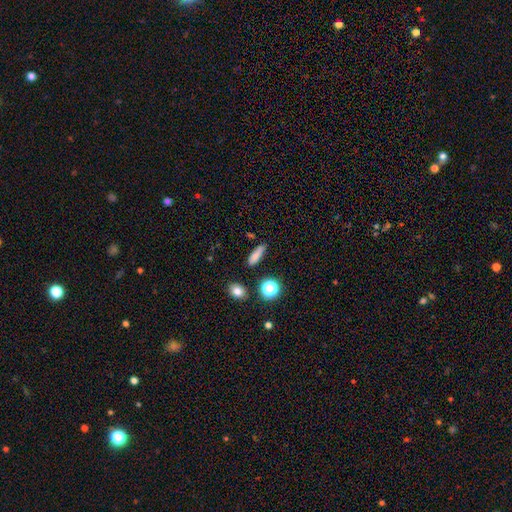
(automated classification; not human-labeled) The model was most divided on "how rounded": cigar-shaped: 65%, in between: 28%, round: 7%. More confident: merging — none (82%); smooth or featured — smooth (79%).